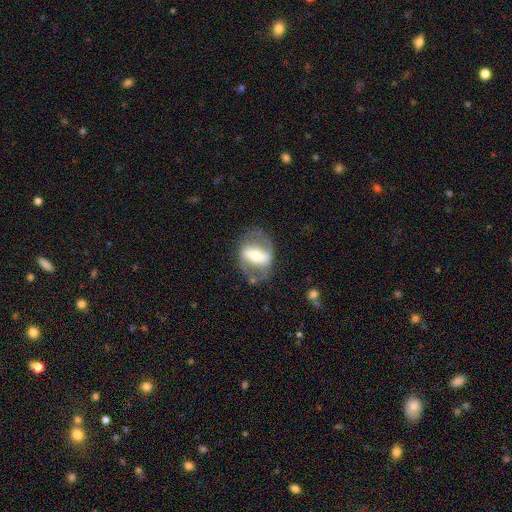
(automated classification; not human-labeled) Smooth or featured? featured or disk (75%)
Edge-on disk? no (90%)
Bar? strong (68%)
Spiral arms? yes (61%)
Bulge size? moderate (52%)
Merging? none (70%)